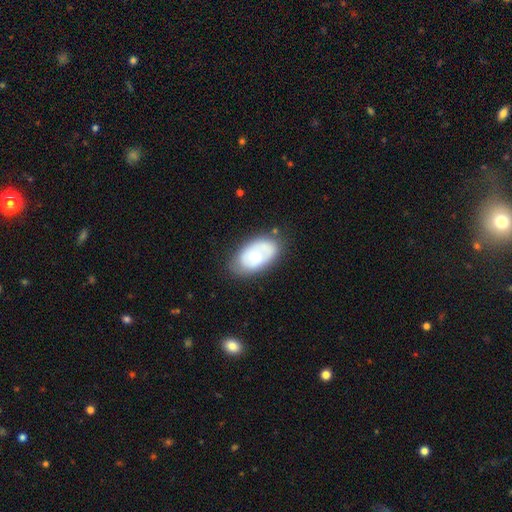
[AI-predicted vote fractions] Smooth or featured? Predicted: smooth (p=0.48). Merging? Predicted: none (p=0.67).